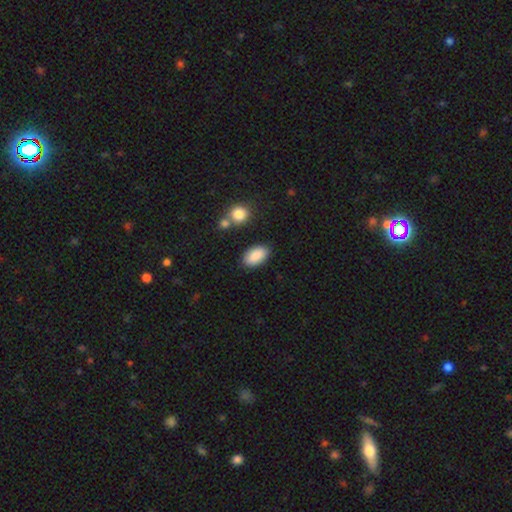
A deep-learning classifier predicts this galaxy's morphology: Q: Smooth or featured?
A: smooth (89%); runner-up: star or artifact (7%)
Q: How rounded?
A: in between (94%); runner-up: round (4%)
Q: Merging?
A: none (83%); runner-up: minor disturbance (11%)